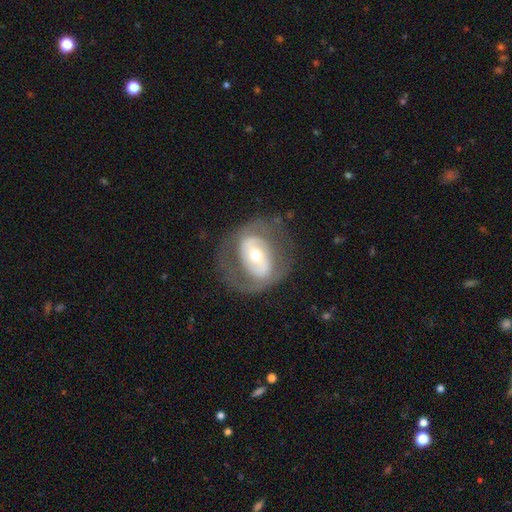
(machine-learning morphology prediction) type=featured or disk (73%); edge-on=no (95%); bar=no (41%); spiral arms=yes (62%); bulge=moderate (52%); merging=none (65%).